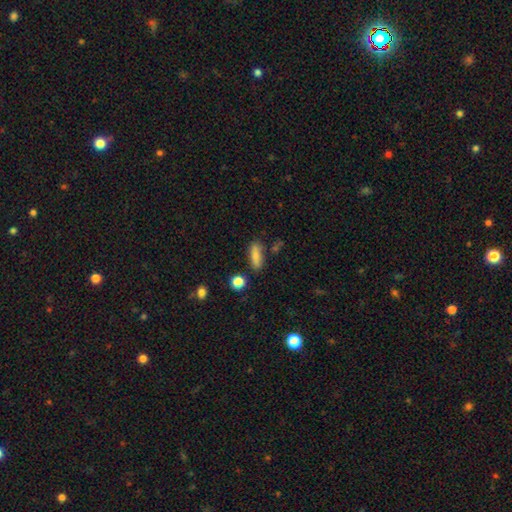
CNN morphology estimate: smooth 82%, featured or disk 10%, star or artifact 9%. Down the decision tree: how rounded — in between (58%); merging — none (79%).